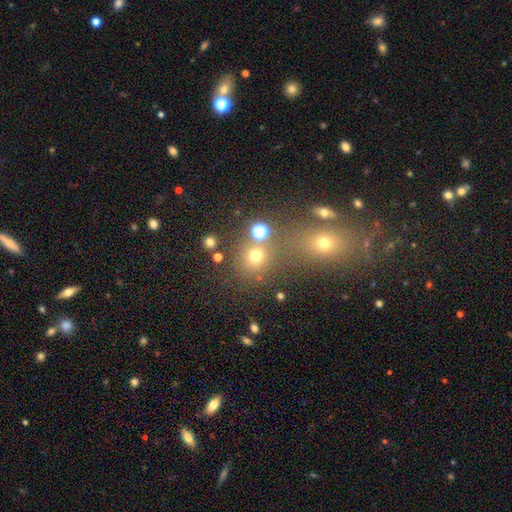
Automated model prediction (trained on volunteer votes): The model was most divided on "smooth or featured": smooth: 68%, star or artifact: 24%, featured or disk: 8%. More confident: how rounded — round (85%); merging — none (66%).